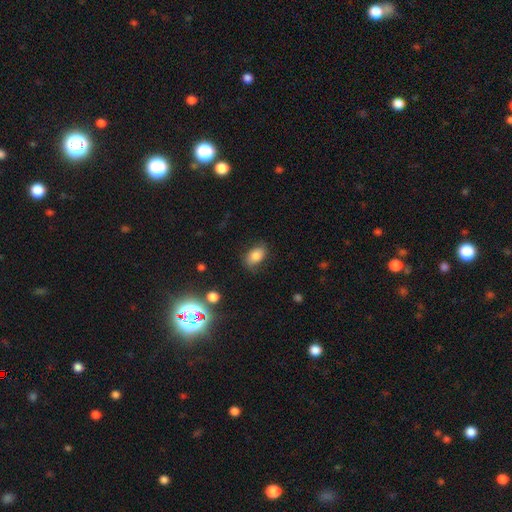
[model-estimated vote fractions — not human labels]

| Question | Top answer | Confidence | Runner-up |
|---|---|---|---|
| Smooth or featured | smooth | 77% | featured or disk (12%) |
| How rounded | in between | 87% | round (11%) |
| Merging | none | 74% | minor disturbance (19%) |